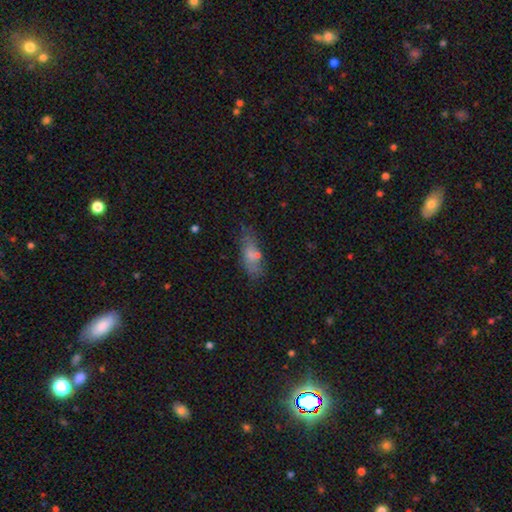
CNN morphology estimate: Smooth or featured? smooth (62%)
How rounded? in between (58%)
Merging? none (63%)